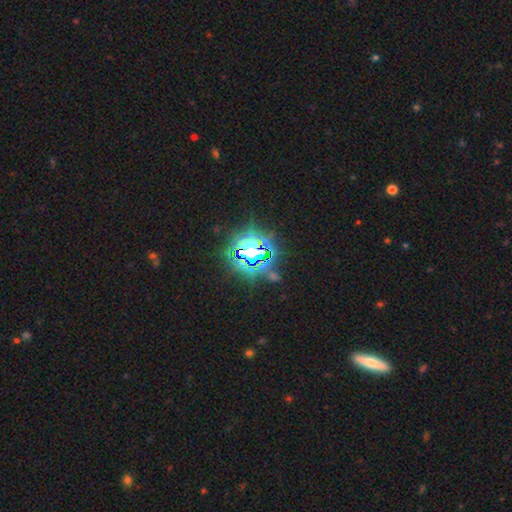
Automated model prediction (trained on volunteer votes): This appears to be a star or artifact, not a galaxy (79%).